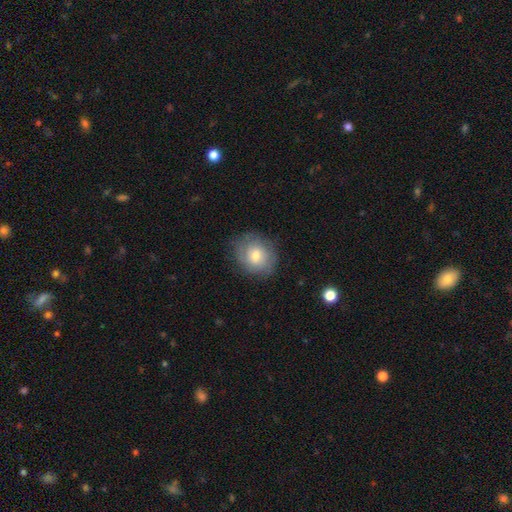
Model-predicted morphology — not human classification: Overall: smooth (59%; featured or disk 33%). How rounded: round (75%). Merging: none (78%).